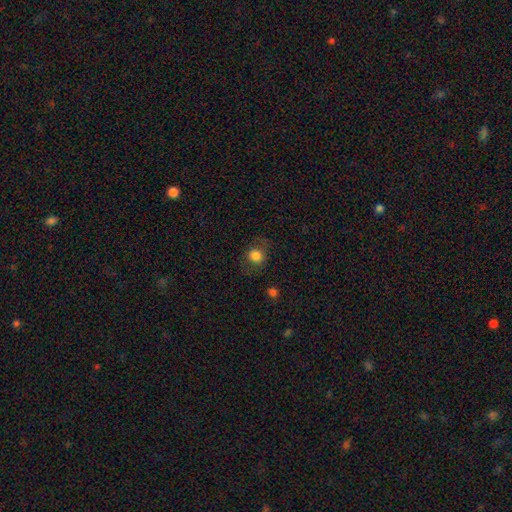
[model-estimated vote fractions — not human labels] The model was most divided on "merging": none: 75%, minor disturbance: 15%, major disturbance: 8%, merger: 2%. More confident: how rounded — round (82%); smooth or featured — smooth (80%).